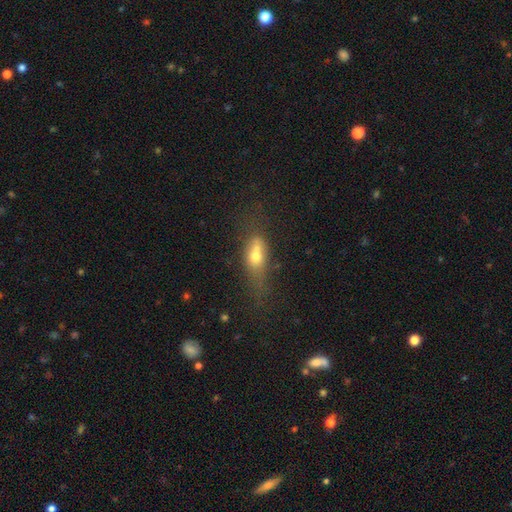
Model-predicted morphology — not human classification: This is possibly a smooth galaxy (57%). How rounded: likely in between (63%). Merging: marginally merger (35%).